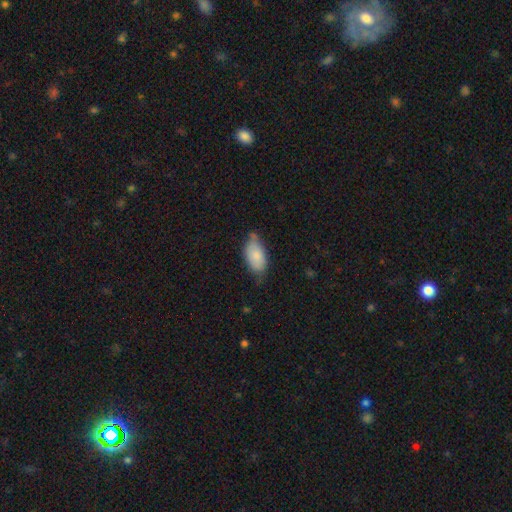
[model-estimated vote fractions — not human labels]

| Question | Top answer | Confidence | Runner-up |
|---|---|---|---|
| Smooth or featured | smooth | 82% | featured or disk (11%) |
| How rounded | in between | 94% | round (3%) |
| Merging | none | 55% | minor disturbance (34%) |